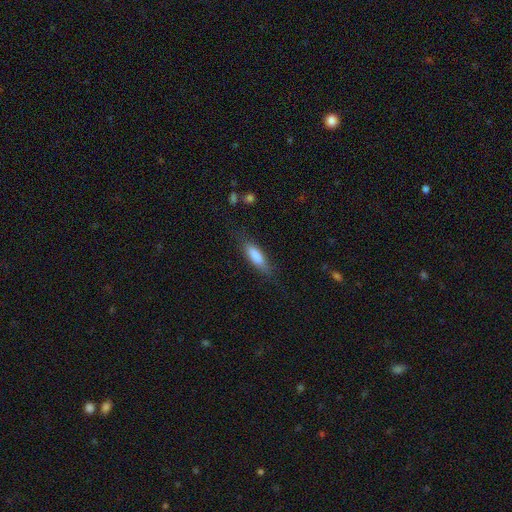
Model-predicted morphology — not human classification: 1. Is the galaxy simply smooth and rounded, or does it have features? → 77% smooth, 16% featured or disk, 7% star or artifact.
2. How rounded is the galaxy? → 54% cigar-shaped, 44% in between, 2% round.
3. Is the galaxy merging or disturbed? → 77% none, 17% minor disturbance, 5% major disturbance, 1% merger.